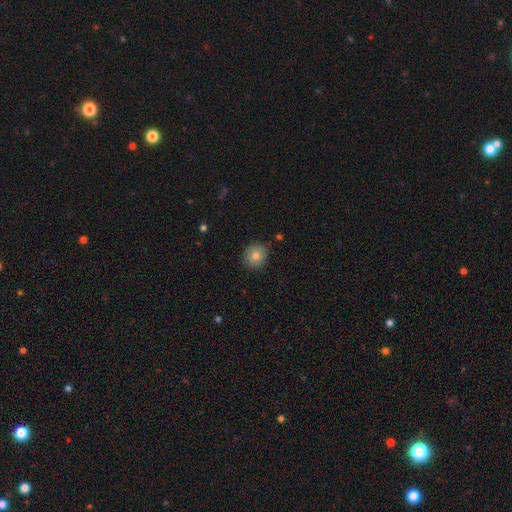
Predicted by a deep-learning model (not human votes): smooth 77%, featured or disk 13%, star or artifact 10%. Down the decision tree: how rounded — round (89%); merging — none (88%).